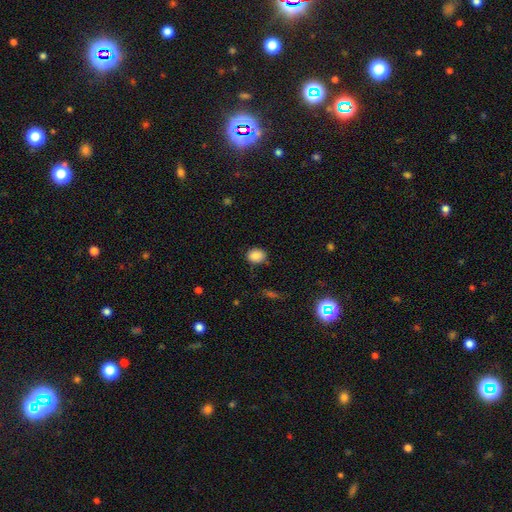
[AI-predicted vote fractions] Smooth or featured? smooth (86%)
How rounded? in between (50%)
Merging? none (79%)